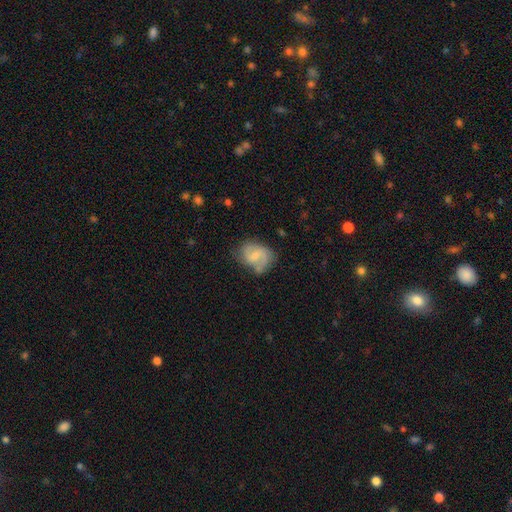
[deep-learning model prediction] A featured or disk galaxy (65%) with a weak bar (55%), 2 (72%) medium (48%) spiral arms (90%) and a small central bulge (55%). Merging: none (54%).